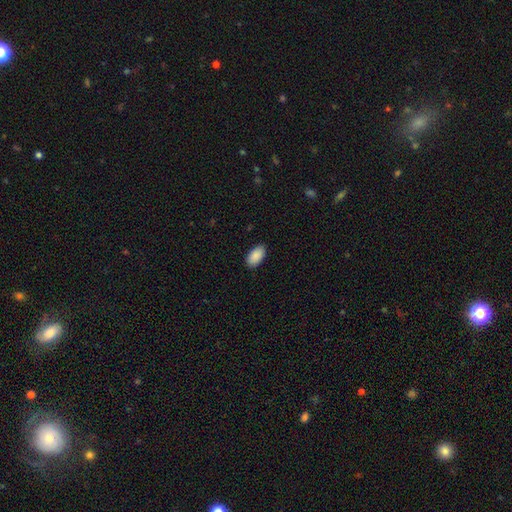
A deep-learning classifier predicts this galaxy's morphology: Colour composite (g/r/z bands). It shows a smooth galaxy with no disk features (90%) that is in between round and cigar-shaped (96%). Merging: none (88%).